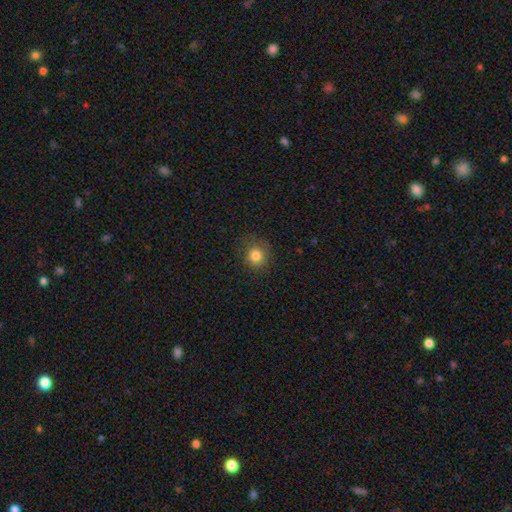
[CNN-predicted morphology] Smooth or featured?
  - smooth: 83% *
  - star or artifact: 11%
  - featured or disk: 6%
How rounded?
  - round: 87% *
  - in between: 12%
  - cigar-shaped: 1%
Merging?
  - none: 81% *
  - minor disturbance: 13%
  - major disturbance: 5%
  - merger: 1%